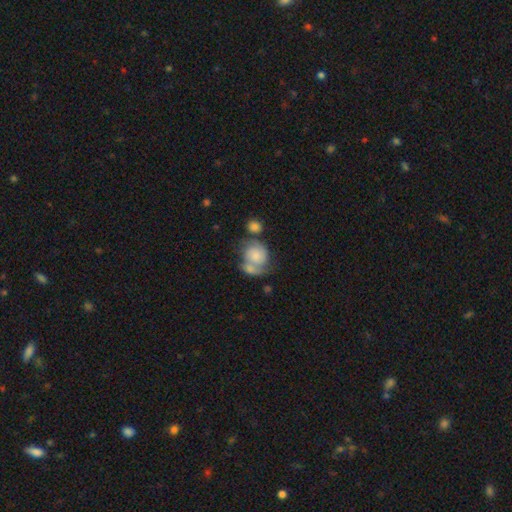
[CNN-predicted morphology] smooth-or-featured: smooth: 56% | featured or disk: 36% | star or artifact: 7%
  how-rounded: round: 69% | in between: 30% | cigar-shaped: 1%
  merging: merger: 45% | none: 28% | minor disturbance: 16% | major disturbance: 12%